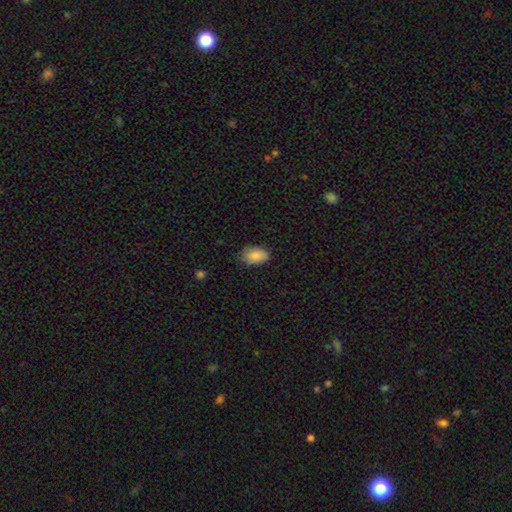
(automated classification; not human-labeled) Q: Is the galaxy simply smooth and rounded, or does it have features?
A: smooth — 88%.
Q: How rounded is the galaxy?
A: in between — 91%.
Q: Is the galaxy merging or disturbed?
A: none — 80%.